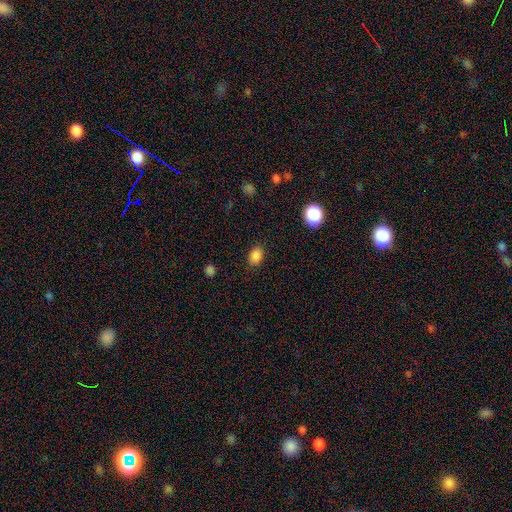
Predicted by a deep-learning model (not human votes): smooth_or_featured: smooth (p=0.85) [alt: star or artifact p=0.11]
how_rounded: in between (p=0.76) [alt: round p=0.22]
merging: none (p=0.86) [alt: minor disturbance p=0.10]